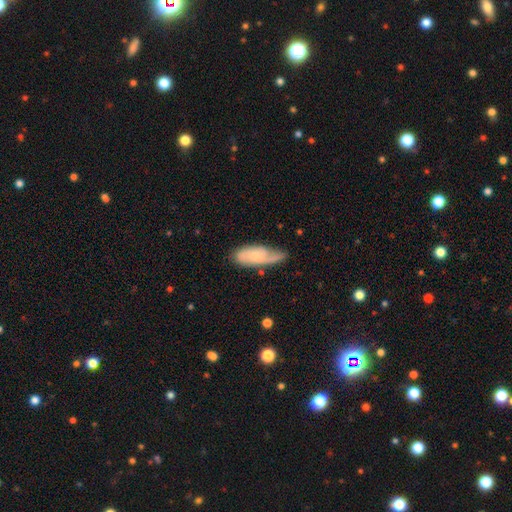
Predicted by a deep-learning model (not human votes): Smooth or featured?
  - featured or disk: 51% *
  - smooth: 42%
  - star or artifact: 7%
Edge-on disk?
  - no: 88% *
  - yes: 12%
Merging?
  - none: 59% *
  - minor disturbance: 28%
  - major disturbance: 10%
  - merger: 3%